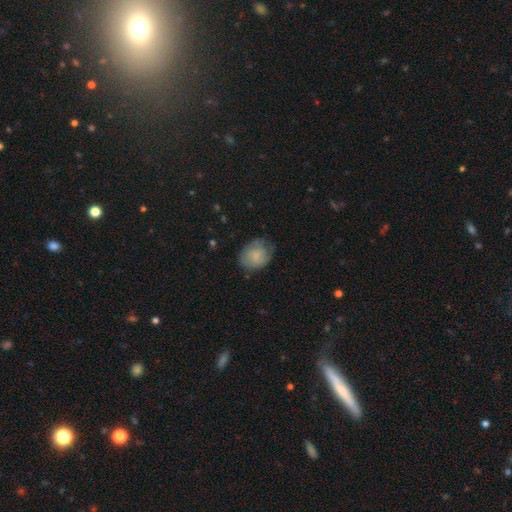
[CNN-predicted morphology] Q: Smooth or featured?
A: smooth (73%); runner-up: featured or disk (20%)
Q: How rounded?
A: in between (52%); runner-up: round (47%)
Q: Merging?
A: none (59%); runner-up: minor disturbance (30%)